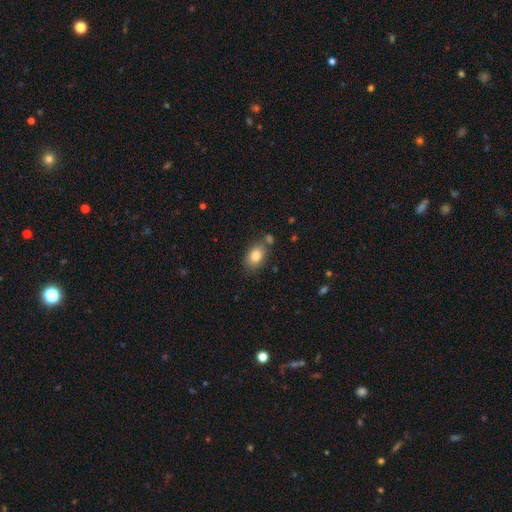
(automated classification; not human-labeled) Q: Smooth or featured?
A: smooth (82%); runner-up: featured or disk (10%)
Q: How rounded?
A: in between (81%); runner-up: round (18%)
Q: Merging?
A: none (72%); runner-up: minor disturbance (16%)